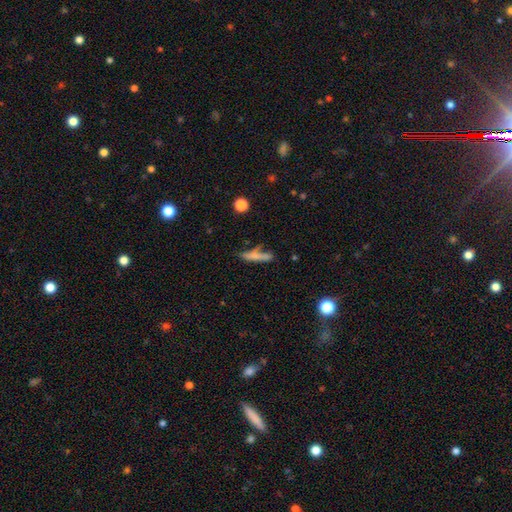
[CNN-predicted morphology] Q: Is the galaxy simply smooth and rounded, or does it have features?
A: smooth — 67%.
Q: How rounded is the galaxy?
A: cigar-shaped — 81%.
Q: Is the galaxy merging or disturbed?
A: none — 51%.